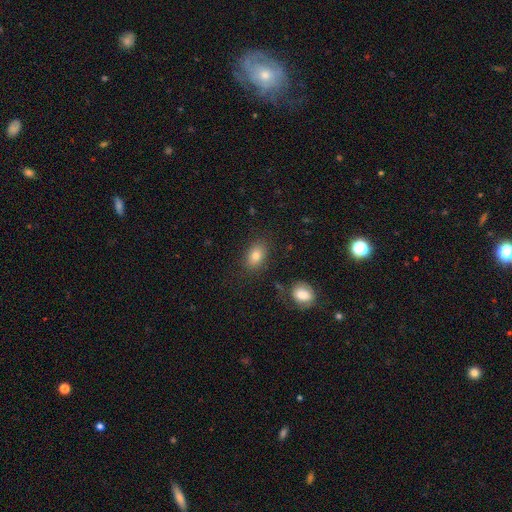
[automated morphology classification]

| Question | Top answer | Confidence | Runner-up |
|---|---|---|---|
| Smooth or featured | smooth | 81% | star or artifact (10%) |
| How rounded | in between | 84% | round (15%) |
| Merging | none | 82% | minor disturbance (11%) |